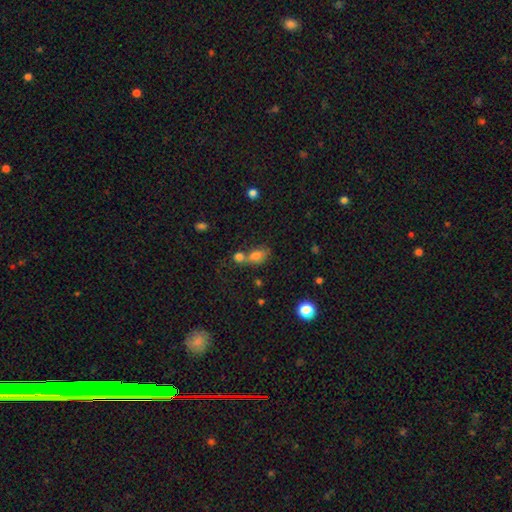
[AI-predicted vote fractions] A smooth galaxy with no disk features (77%) that is in between round and cigar-shaped (79%). Merging: merger (48%).